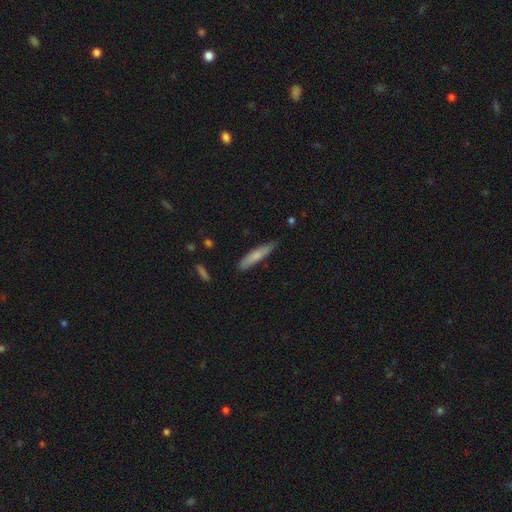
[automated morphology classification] type=smooth (72%); roundness=cigar-shaped (89%); merging=none (81%).